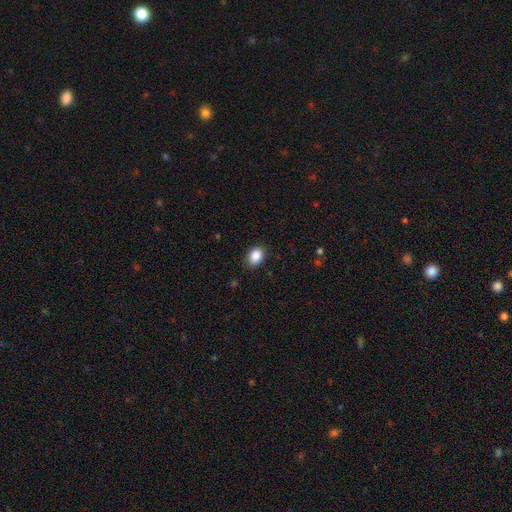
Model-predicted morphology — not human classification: The model was most divided on "how rounded": in between: 65%, round: 34%, cigar-shaped: 1%. More confident: smooth or featured — smooth (88%); merging — none (87%).